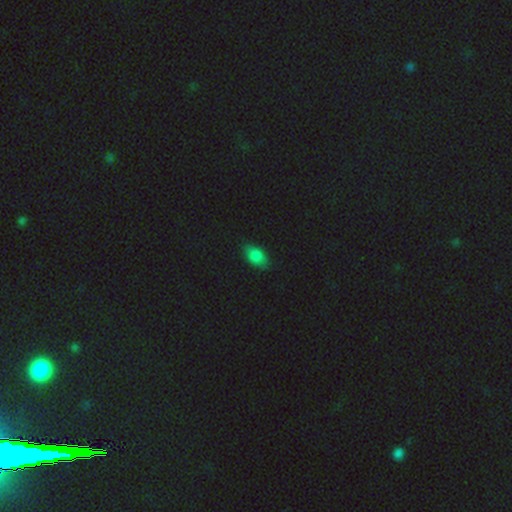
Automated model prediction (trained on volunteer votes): This appears to be a smooth galaxy with no disk features (80%) that is in between round and cigar-shaped (88%). Merging: none (78%).